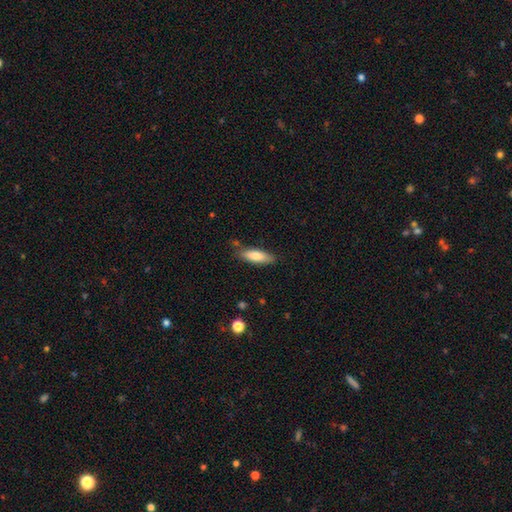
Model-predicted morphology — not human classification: A smooth galaxy with no disk features (77%) that is in between round and cigar-shaped (52%). Merging: none (79%).